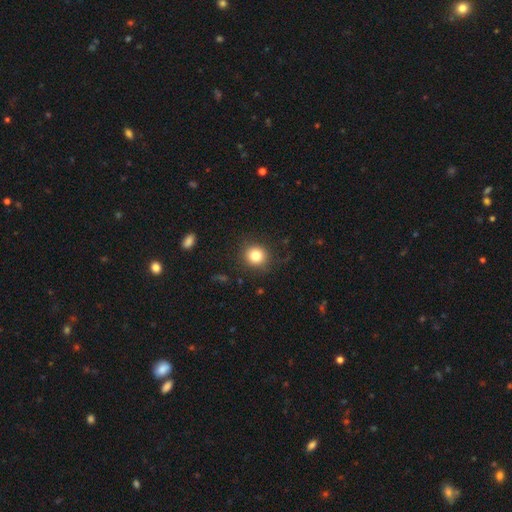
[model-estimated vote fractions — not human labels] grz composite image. It shows a smooth galaxy with no disk features (82%) that is round (88%). Merging: none (87%).